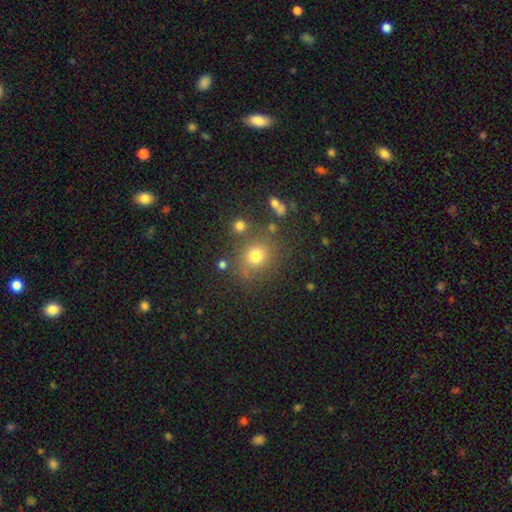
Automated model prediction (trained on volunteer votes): smooth-or-featured: smooth: 73% | star or artifact: 17% | featured or disk: 10%
  how-rounded: round: 81% | in between: 18% | cigar-shaped: 1%
  merging: none: 75% | minor disturbance: 12% | merger: 8% | major disturbance: 5%